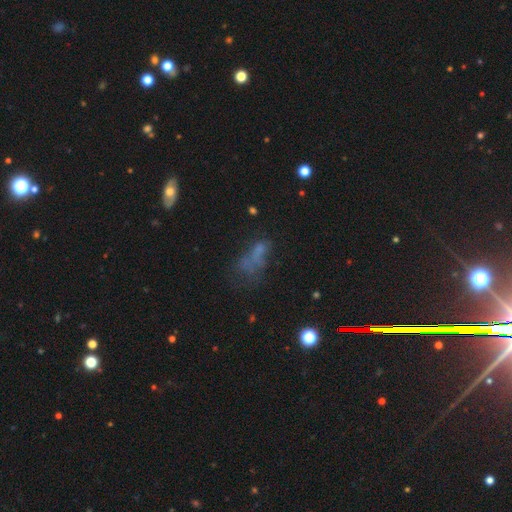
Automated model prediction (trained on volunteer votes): smooth-or-featured: smooth: 41% | featured or disk: 33% | star or artifact: 26%
  merging: none: 33% (tied) | major disturbance: 33% (tied) | minor disturbance: 19% | merger: 14%